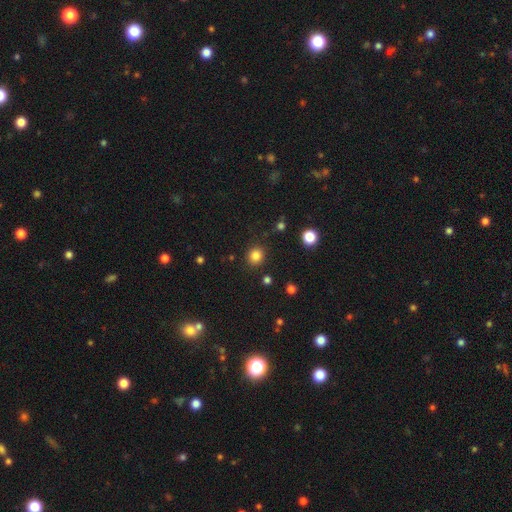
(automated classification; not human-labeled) A smooth galaxy with no disk features (83%) that is round (89%). Merging: none (90%).